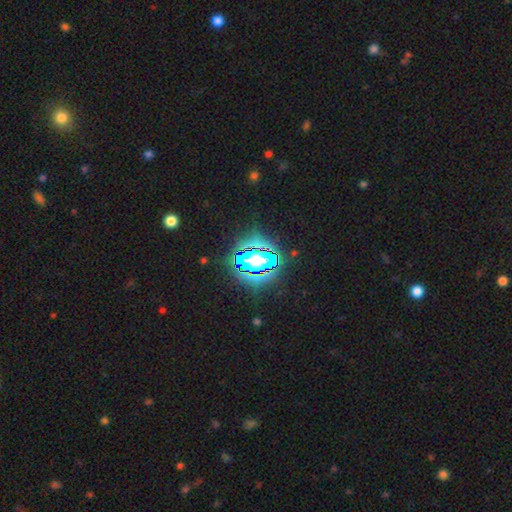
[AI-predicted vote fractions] Smooth or featured?
  - star or artifact: 80% *
  - smooth: 12%
  - featured or disk: 8%